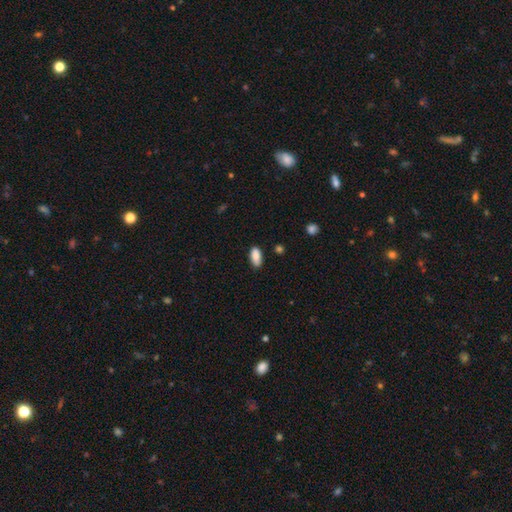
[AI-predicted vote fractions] This is clearly a smooth galaxy (87%). How rounded: clearly in between (89%). Merging: likely none (77%).